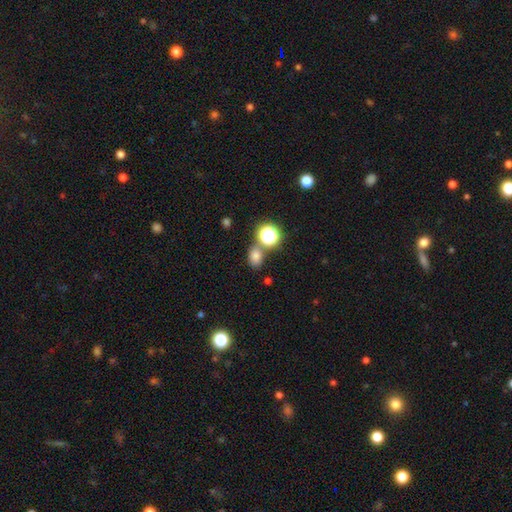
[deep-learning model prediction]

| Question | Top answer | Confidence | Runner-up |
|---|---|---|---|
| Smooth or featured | smooth | 74% | star or artifact (19%) |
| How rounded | in between | 56% | round (43%) |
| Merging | none | 70% | merger (16%) |